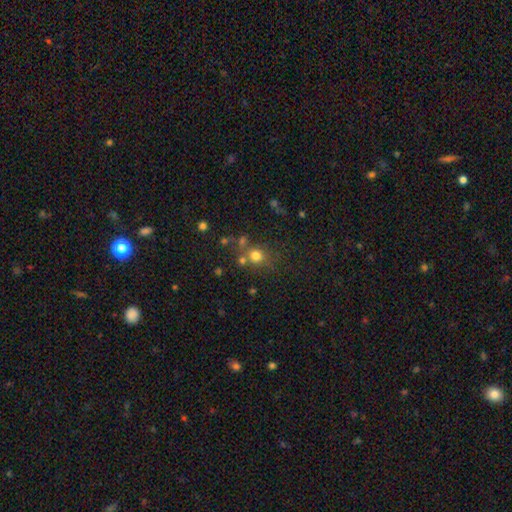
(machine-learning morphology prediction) Smooth or featured: smooth — 74% (star or artifact — 17%)
How rounded: round — 83% (in between — 16%)
Merging: none — 63% (merger — 19%)